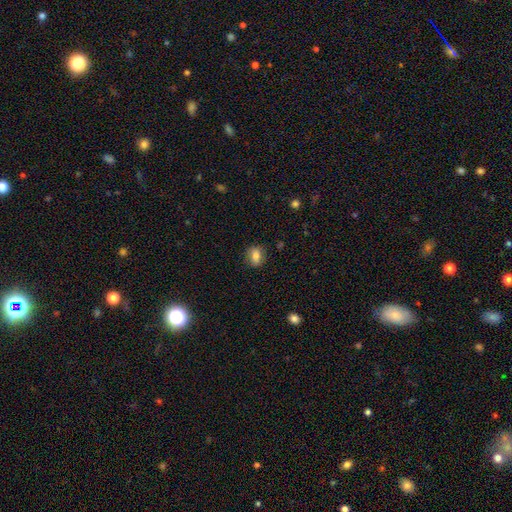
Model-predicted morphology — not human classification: Smooth or featured: smooth — 77% (featured or disk — 14%)
How rounded: in between — 55% (round — 42%)
Merging: none — 83% (minor disturbance — 13%)